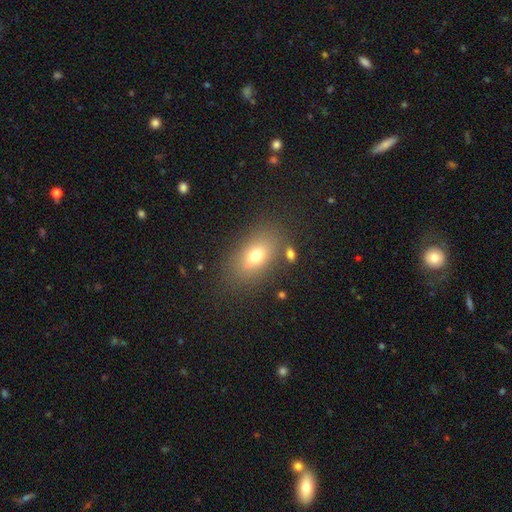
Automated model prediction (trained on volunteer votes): The model was most divided on "smooth or featured": smooth: 71%, featured or disk: 16%, star or artifact: 12%. More confident: how rounded — in between (81%); merging — none (77%).